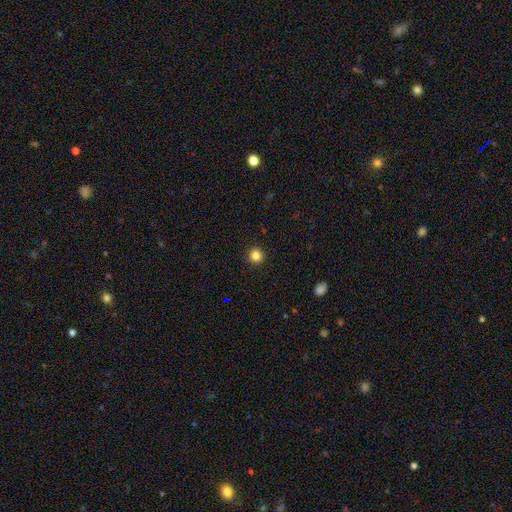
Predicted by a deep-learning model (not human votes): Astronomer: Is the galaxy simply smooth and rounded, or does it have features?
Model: smooth — 83%.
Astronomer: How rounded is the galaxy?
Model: round — 95%.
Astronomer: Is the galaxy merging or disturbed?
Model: none — 93%.